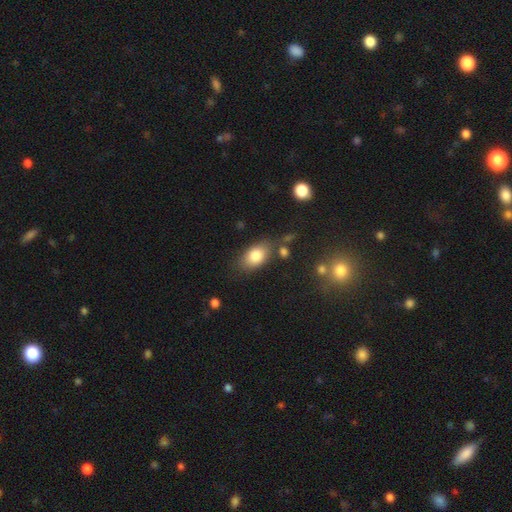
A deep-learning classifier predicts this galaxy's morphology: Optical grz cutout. It shows a smooth galaxy with no disk features (82%) that is in between round and cigar-shaped (87%). Merging: none (74%).